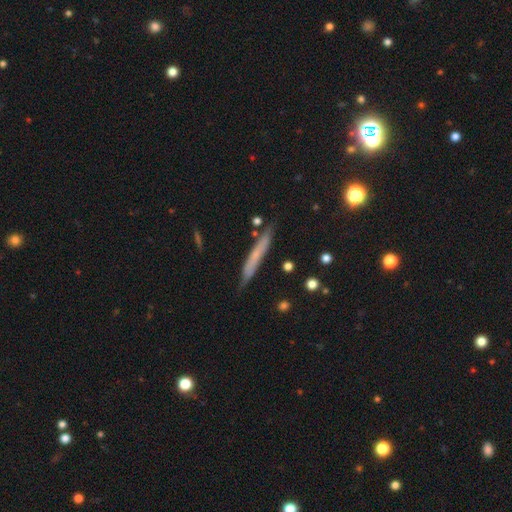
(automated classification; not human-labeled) Q: Smooth or featured?
A: smooth (57%); runner-up: featured or disk (34%)
Q: How rounded?
A: cigar-shaped (94%); runner-up: in between (4%)
Q: Merging?
A: none (81%); runner-up: minor disturbance (14%)